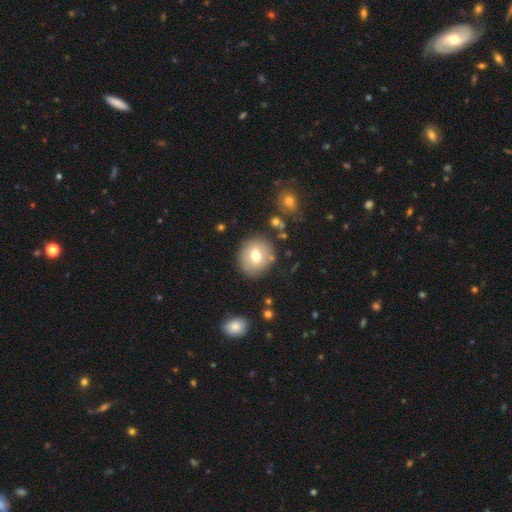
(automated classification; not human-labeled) Smooth or featured? Predicted: smooth (p=0.70). How rounded? Predicted: round (p=0.80). Merging? Predicted: none (p=0.83).